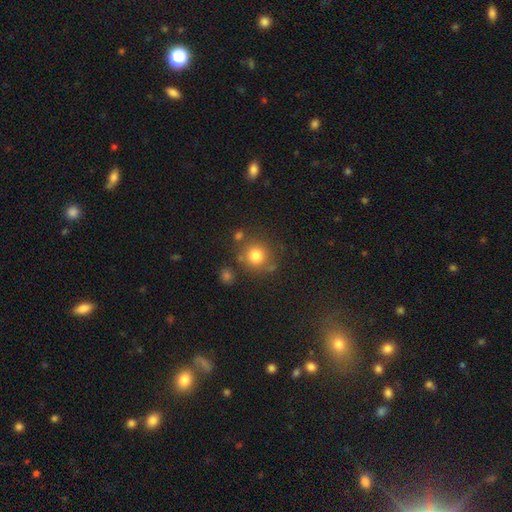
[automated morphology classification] type=smooth (79%); roundness=round (92%); merging=none (76%).